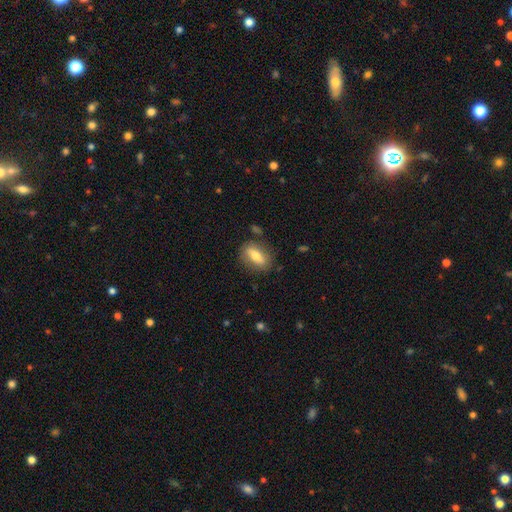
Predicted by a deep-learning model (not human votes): smooth-or-featured: smooth: 63% | featured or disk: 30% | star or artifact: 7%
  how-rounded: in between: 72% | cigar-shaped: 17% | round: 11%
  merging: none: 79% | minor disturbance: 14% | major disturbance: 4% | merger: 2%